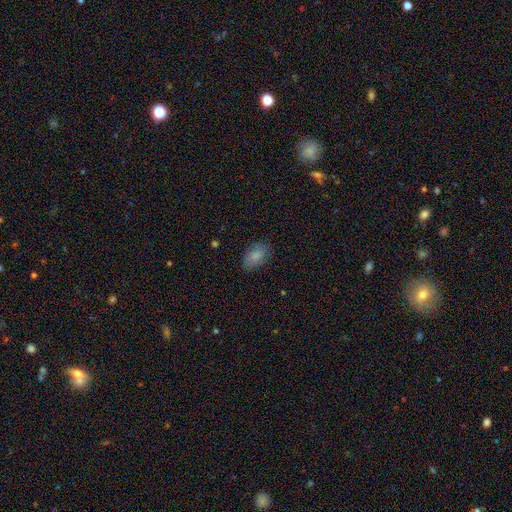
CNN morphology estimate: smooth_or_featured: smooth (p=0.80) [alt: featured or disk p=0.12]
how_rounded: in between (p=0.90) [alt: round p=0.08]
merging: none (p=0.75) [alt: minor disturbance p=0.19]